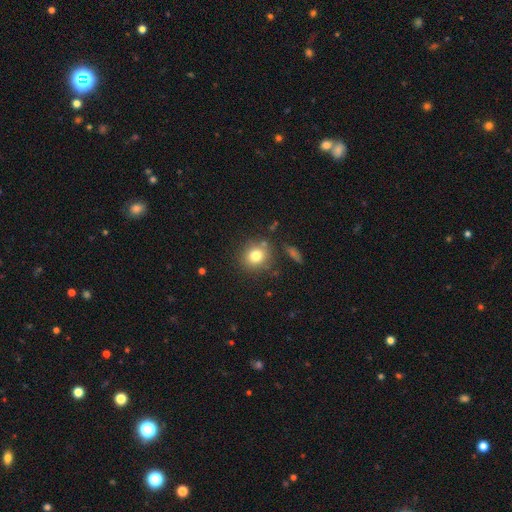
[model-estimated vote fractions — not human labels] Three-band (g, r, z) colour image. It shows a smooth galaxy with no disk features (79%) that is round (83%). Merging: none (80%).